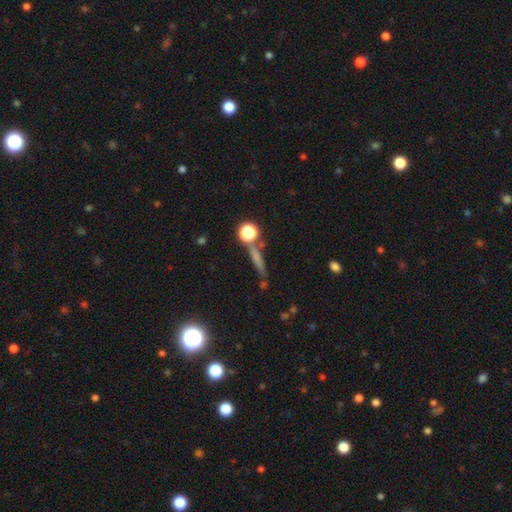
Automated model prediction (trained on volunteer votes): Smooth or featured? Predicted: smooth (p=0.44). Merging? Predicted: none (p=0.76).